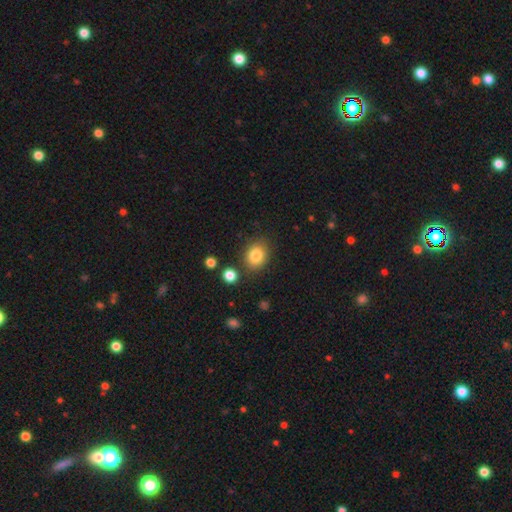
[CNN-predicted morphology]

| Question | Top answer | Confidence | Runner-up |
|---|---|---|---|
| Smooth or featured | smooth | 83% | star or artifact (10%) |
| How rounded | round | 57% | in between (42%) |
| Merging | none | 82% | minor disturbance (10%) |